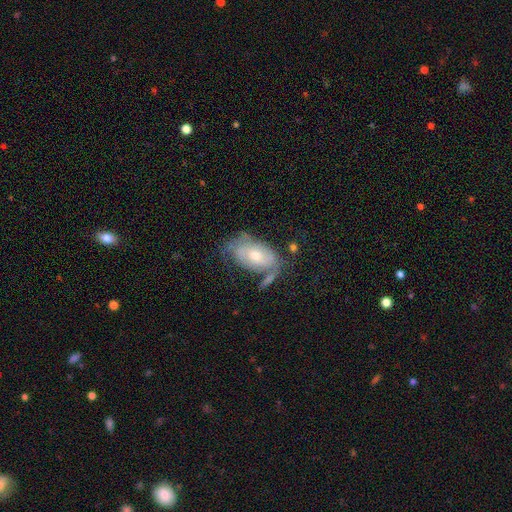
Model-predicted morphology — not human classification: Smooth or featured? Predicted: featured or disk (p=0.53). Edge-on disk? Predicted: no (p=0.92). Merging? Predicted: none (p=0.41).